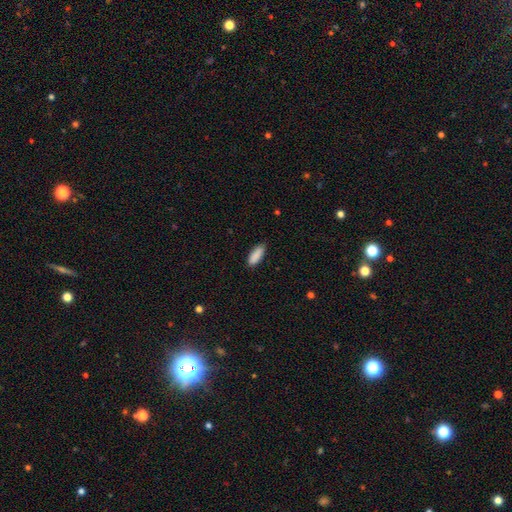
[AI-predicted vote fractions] smooth_or_featured: smooth (p=0.89) [alt: star or artifact p=0.06]
how_rounded: in between (p=0.66) [alt: cigar-shaped p=0.32]
merging: none (p=0.84) [alt: minor disturbance p=0.13]